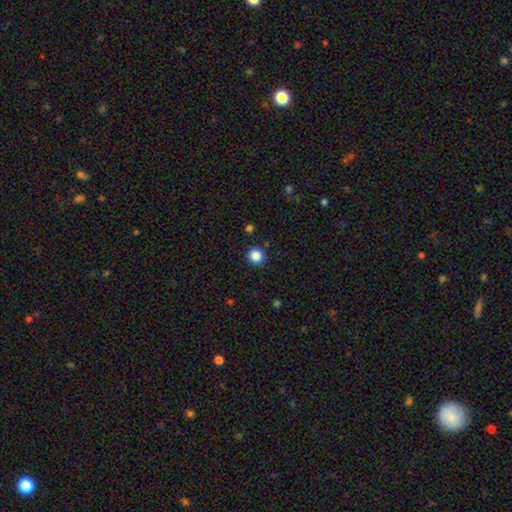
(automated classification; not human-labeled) Smooth or featured?
  - smooth: 86% *
  - star or artifact: 11%
  - featured or disk: 3%
How rounded?
  - round: 94% *
  - in between: 5%
  - cigar-shaped: 1%
Merging?
  - none: 90% *
  - minor disturbance: 6%
  - major disturbance: 2%
  - merger: 2%